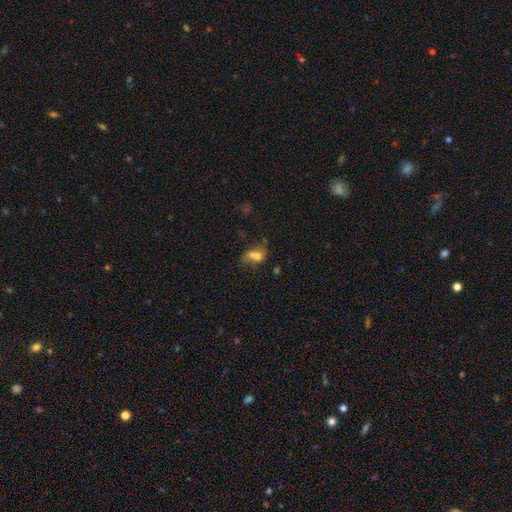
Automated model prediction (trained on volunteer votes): Smooth or featured? Predicted: smooth (p=0.59). How rounded? Predicted: in between (p=0.64). Merging? Predicted: merger (p=0.55).